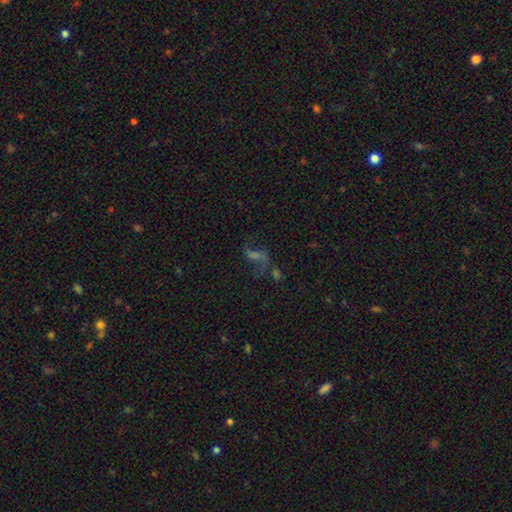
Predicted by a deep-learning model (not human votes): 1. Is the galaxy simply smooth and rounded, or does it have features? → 52% featured or disk, 29% star or artifact, 20% smooth.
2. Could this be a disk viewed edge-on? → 93% no, 7% yes.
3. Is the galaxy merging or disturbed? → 48% none, 23% major disturbance, 15% minor disturbance, 13% merger.